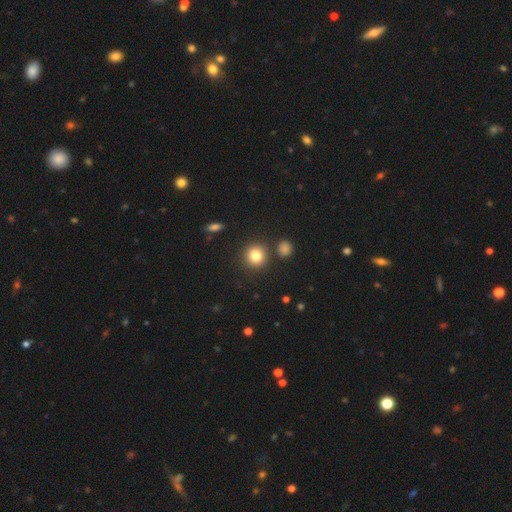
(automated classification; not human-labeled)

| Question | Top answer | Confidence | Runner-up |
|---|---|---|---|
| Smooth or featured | smooth | 82% | star or artifact (11%) |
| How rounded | round | 90% | in between (9%) |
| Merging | none | 85% | minor disturbance (7%) |